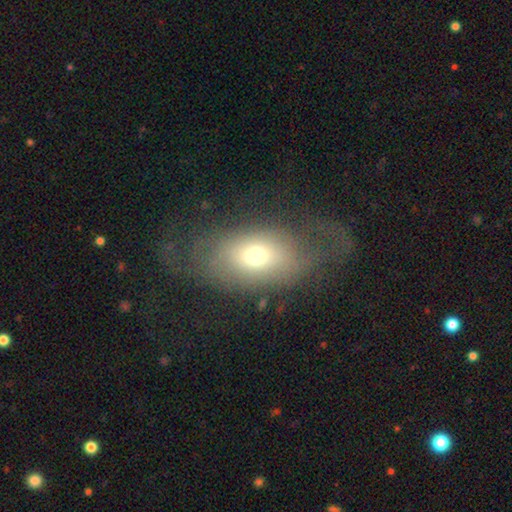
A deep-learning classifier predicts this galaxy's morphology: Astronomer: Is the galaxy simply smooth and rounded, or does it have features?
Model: smooth — 60%.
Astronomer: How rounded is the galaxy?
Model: in between — 81%.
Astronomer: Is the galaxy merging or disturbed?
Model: none — 48% (runner-up: major disturbance, 29%).